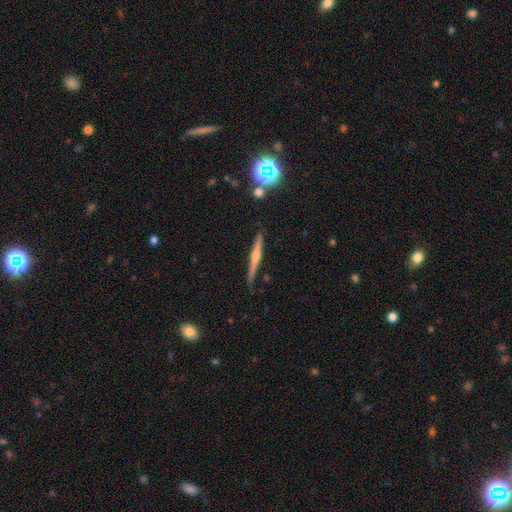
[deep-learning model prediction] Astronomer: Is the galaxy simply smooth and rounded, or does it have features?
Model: featured or disk — 72%.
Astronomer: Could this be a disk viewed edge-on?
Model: yes — 98%.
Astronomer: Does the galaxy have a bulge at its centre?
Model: rounded — 81%.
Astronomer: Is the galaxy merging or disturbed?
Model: none — 87%.